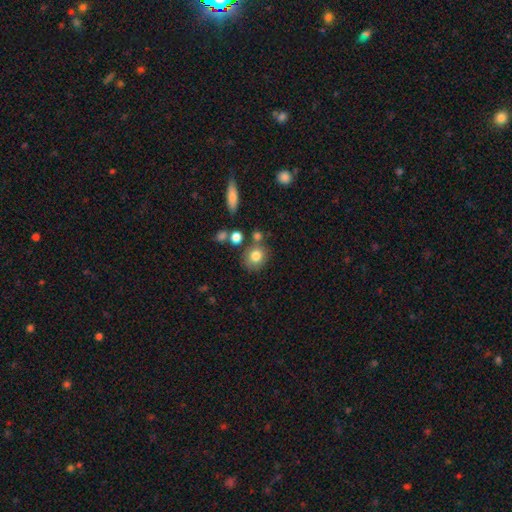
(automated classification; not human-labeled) smooth 80%, featured or disk 10%, star or artifact 10%. Down the decision tree: how rounded — round (78%); merging — none (69%).